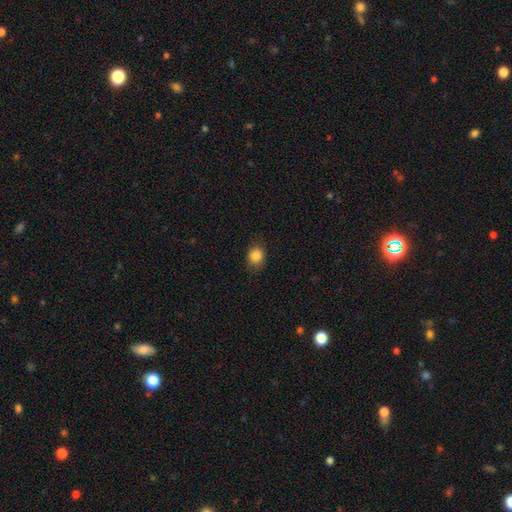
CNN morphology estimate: A smooth galaxy with no disk features (85%) that is round (68%). Merging: none (81%).